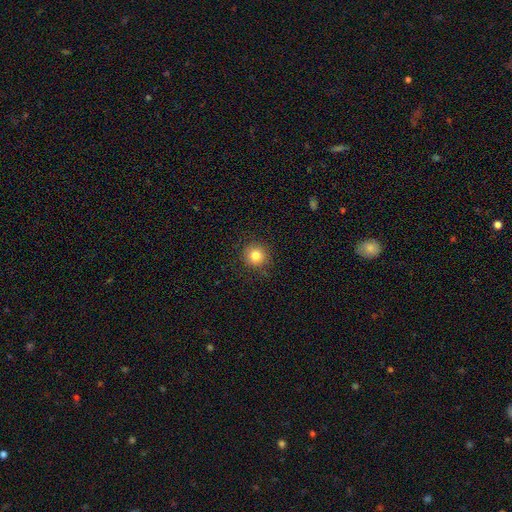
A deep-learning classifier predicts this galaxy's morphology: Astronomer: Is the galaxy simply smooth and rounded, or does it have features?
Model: smooth — 83%.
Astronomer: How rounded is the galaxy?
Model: round — 93%.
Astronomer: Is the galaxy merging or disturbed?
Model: none — 86%.